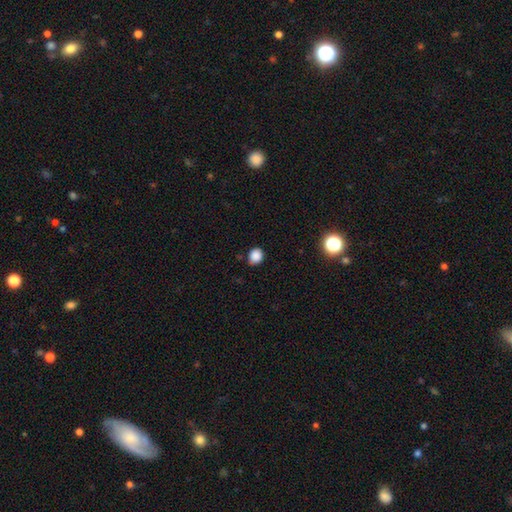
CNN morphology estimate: A smooth galaxy with no disk features (86%) that is round (65%).

Vote fractions:
- Smooth or featured? smooth: 86% / star or artifact: 11% / featured or disk: 3%
- How rounded? round: 65% / in between: 34% / cigar-shaped: 1%
- Merging? none: 83% / minor disturbance: 12% / major disturbance: 3% / merger: 2%